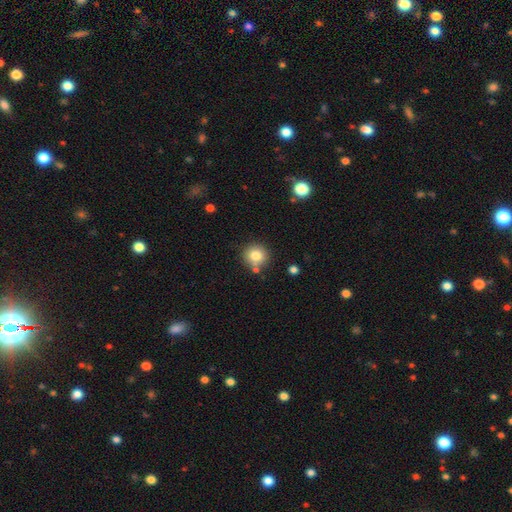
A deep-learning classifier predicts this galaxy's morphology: This is clearly a smooth galaxy (80%). How rounded: clearly round (92%). Merging: likely none (77%).